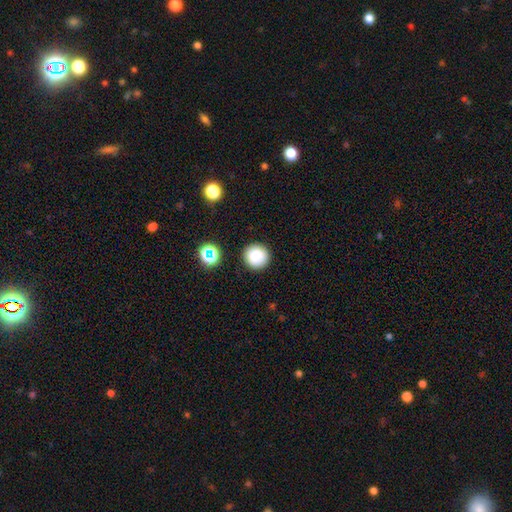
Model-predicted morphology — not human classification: Smooth or featured? smooth (83%)
How rounded? round (94%)
Merging? none (90%)